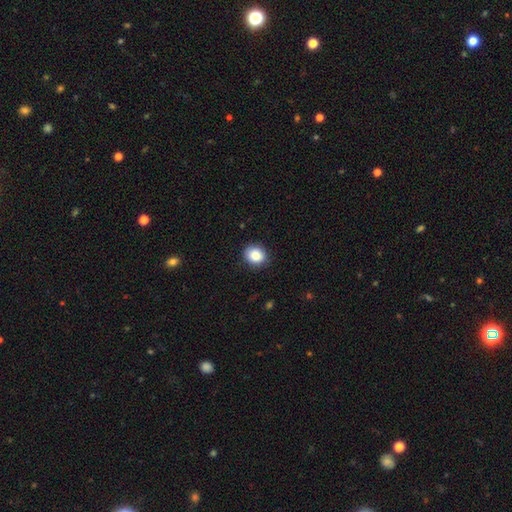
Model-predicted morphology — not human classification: Q: Smooth or featured?
A: smooth (86%); runner-up: star or artifact (9%)
Q: How rounded?
A: round (73%); runner-up: in between (26%)
Q: Merging?
A: none (88%); runner-up: minor disturbance (9%)